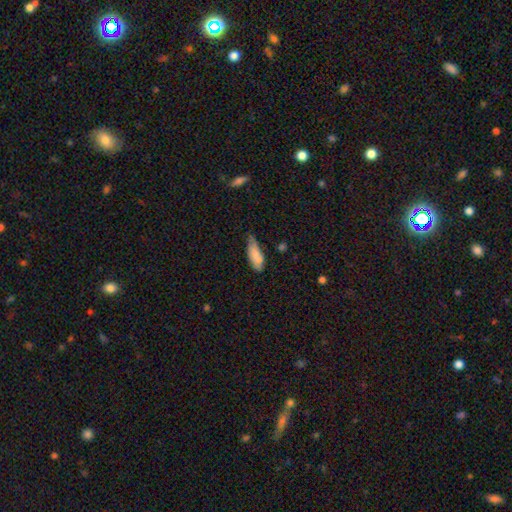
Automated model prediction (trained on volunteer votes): Smooth or featured?
  - smooth: 79% *
  - featured or disk: 14%
  - star or artifact: 7%
How rounded?
  - in between: 69% *
  - cigar-shaped: 29%
  - round: 2%
Merging?
  - none: 48% *
  - minor disturbance: 41%
  - major disturbance: 8%
  - merger: 3%